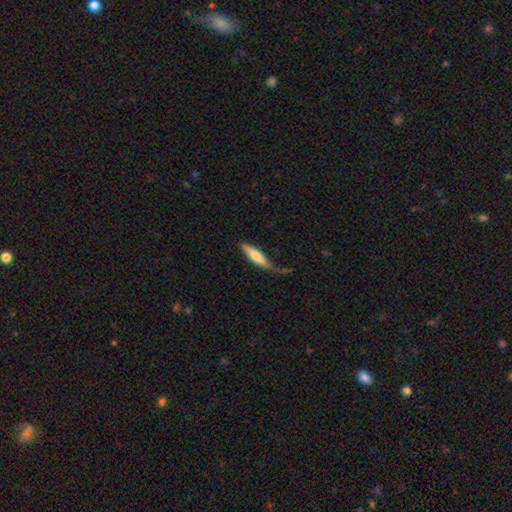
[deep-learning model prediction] This appears to be a smooth galaxy with no disk features (66%) that is cigar-shaped (74%). Merging: none (42%).